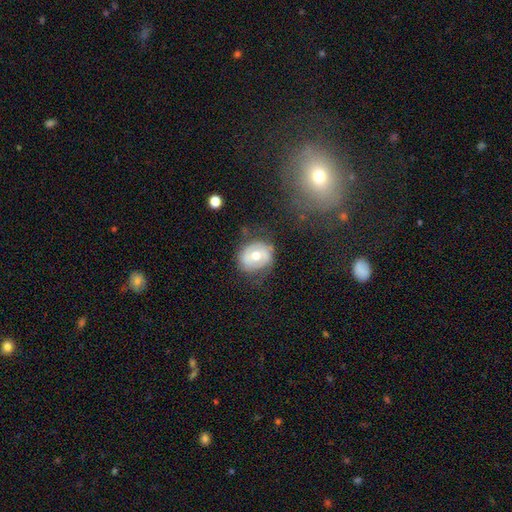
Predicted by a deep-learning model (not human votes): Smooth or featured?
  - featured or disk: 49% *
  - smooth: 43%
  - star or artifact: 8%
Merging?
  - none: 70% *
  - minor disturbance: 21%
  - major disturbance: 8%
  - merger: 2%